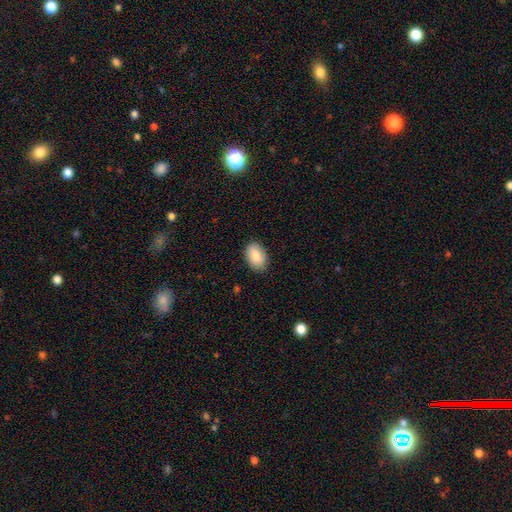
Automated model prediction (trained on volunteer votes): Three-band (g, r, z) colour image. It shows a smooth galaxy with no disk features (88%) that is in between round and cigar-shaped (89%). Merging: none (86%).